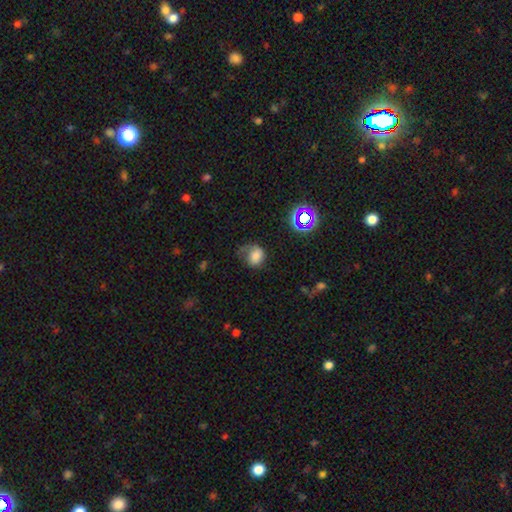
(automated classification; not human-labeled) smooth 64%, featured or disk 22%, star or artifact 14%. Down the decision tree: how rounded — round (61%); merging — none (37%).